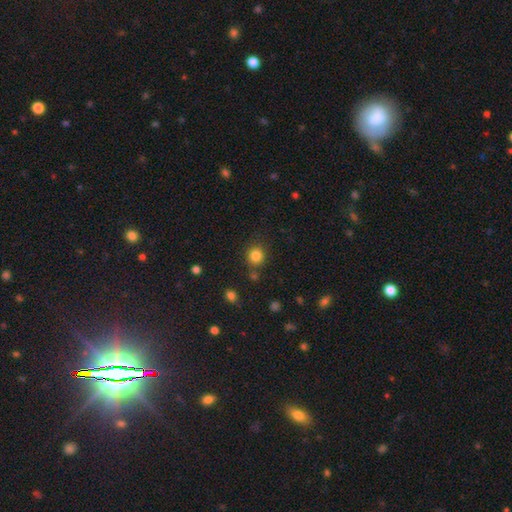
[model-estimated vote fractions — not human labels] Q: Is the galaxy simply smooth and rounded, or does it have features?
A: smooth — 83%.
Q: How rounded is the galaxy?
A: round — 88%.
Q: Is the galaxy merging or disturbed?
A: none — 79%.